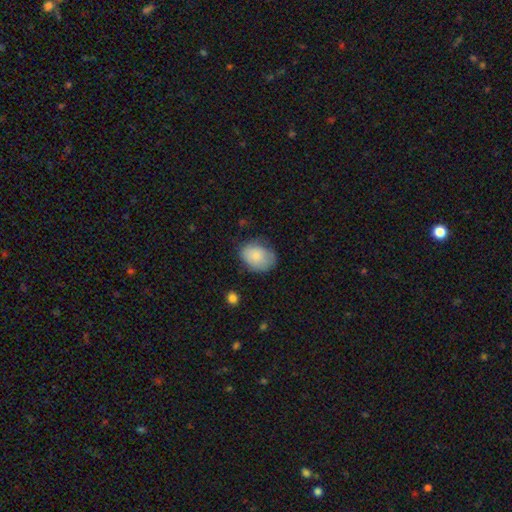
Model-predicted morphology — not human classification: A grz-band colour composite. It shows a smooth galaxy with no disk features (80%) that is in between round and cigar-shaped (62%). Merging: none (61%).